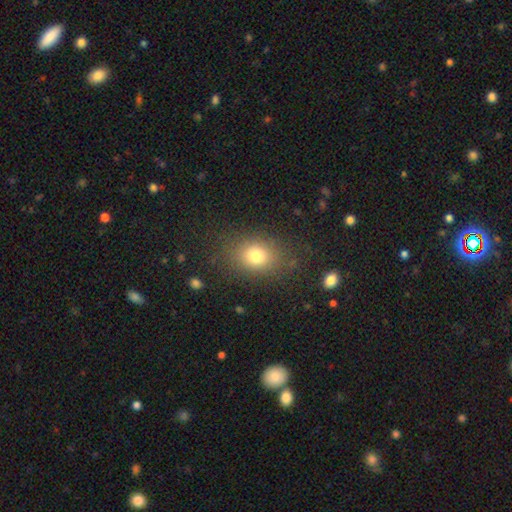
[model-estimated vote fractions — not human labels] The model was most divided on "how rounded": in between: 64%, round: 34%, cigar-shaped: 2%. More confident: merging — none (81%); smooth or featured — smooth (78%).